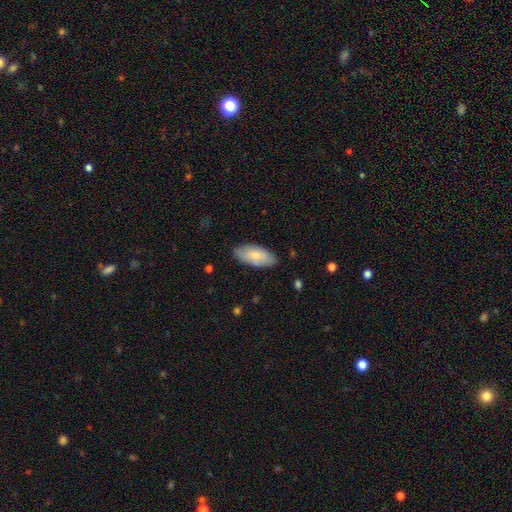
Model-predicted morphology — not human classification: Smooth or featured? Predicted: smooth (p=0.77). How rounded? Predicted: in between (p=0.90). Merging? Predicted: none (p=0.83).